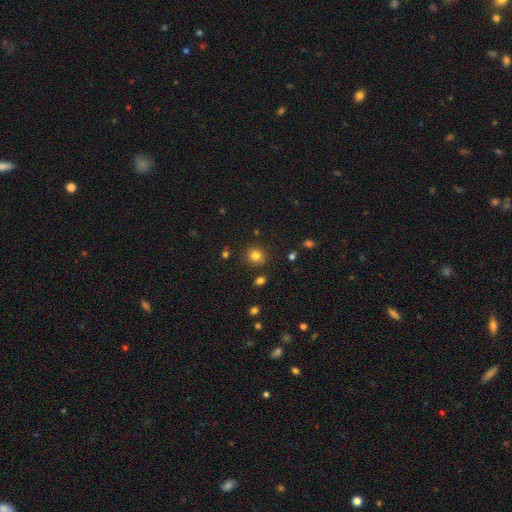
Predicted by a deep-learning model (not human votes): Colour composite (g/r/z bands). It shows a smooth galaxy with no disk features (81%) that is round (88%). Merging: none (84%).